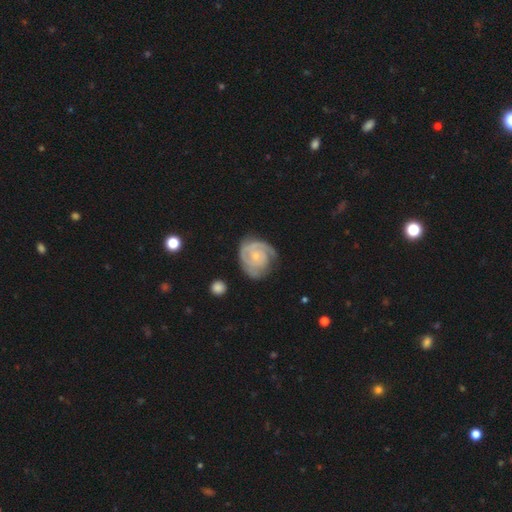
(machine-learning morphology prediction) This appears to be a featured or disk galaxy (81%) with no bar (75%), 2 (42%) tight (67%) spiral arms (95%) and a small central bulge (71%). Merging: none (64%).